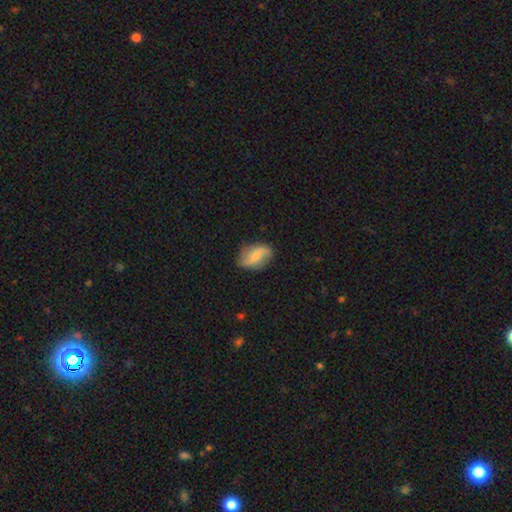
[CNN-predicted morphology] smooth_or_featured: featured or disk (p=0.54) [alt: smooth p=0.39]
disk_edge_on: no (p=0.95) [alt: yes p=0.05]
bar: weak (p=0.41) [alt: no p=0.39]
has_spiral_arms: yes (p=0.86) [alt: no p=0.14]
bulge_size: small (p=0.58) [alt: moderate p=0.29]
merging: none (p=0.77) [alt: minor disturbance p=0.17]